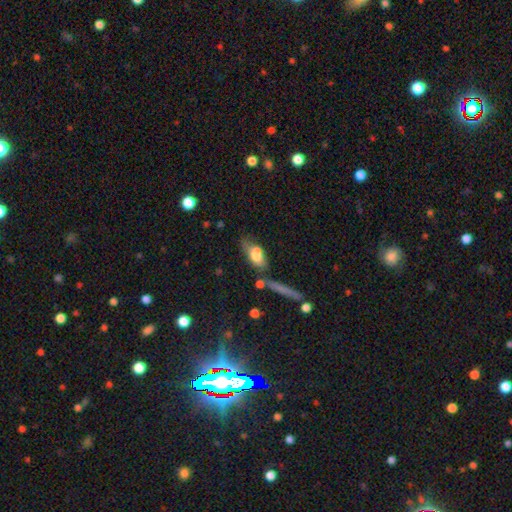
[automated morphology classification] smooth-or-featured: smooth: 69% | featured or disk: 23% | star or artifact: 8%
  how-rounded: in between: 79% | cigar-shaped: 16% | round: 5%
  merging: none: 42% | minor disturbance: 24% | merger: 20% | major disturbance: 14%